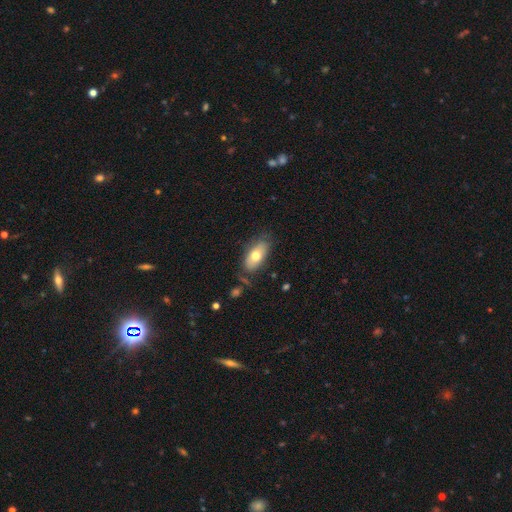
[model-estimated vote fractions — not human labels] smooth_or_featured: smooth (p=0.68) [alt: featured or disk p=0.25]
how_rounded: in between (p=0.88) [alt: cigar-shaped p=0.07]
merging: none (p=0.72) [alt: minor disturbance p=0.19]